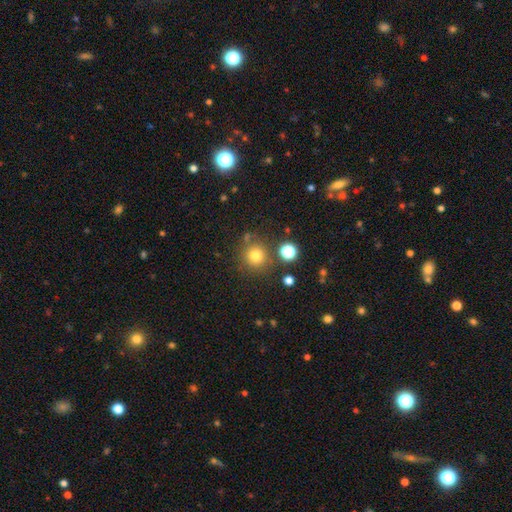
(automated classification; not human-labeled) This appears to be a smooth galaxy with no disk features (77%) that is round (92%). Merging: none (77%).